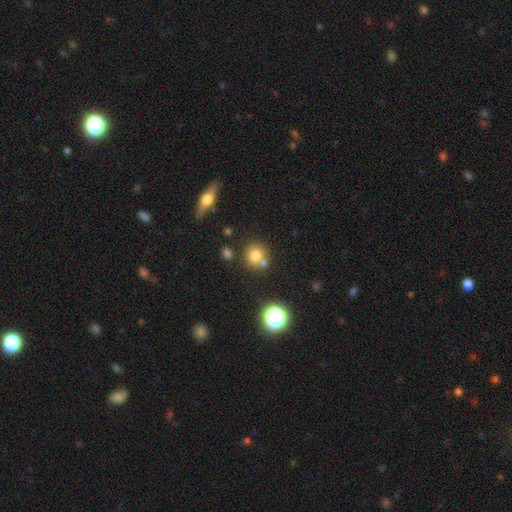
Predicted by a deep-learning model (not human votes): Morphology: type=smooth (76%); roundness=round (84%); merging=none (64%).